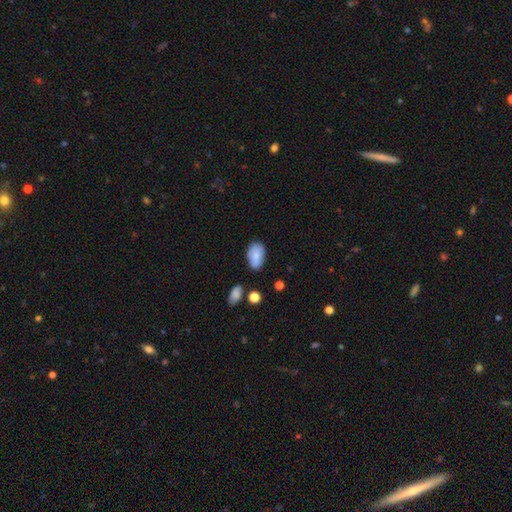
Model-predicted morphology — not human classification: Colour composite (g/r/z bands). It shows a smooth galaxy with no disk features (77%) that is in between round and cigar-shaped (90%). Merging: none (68%).